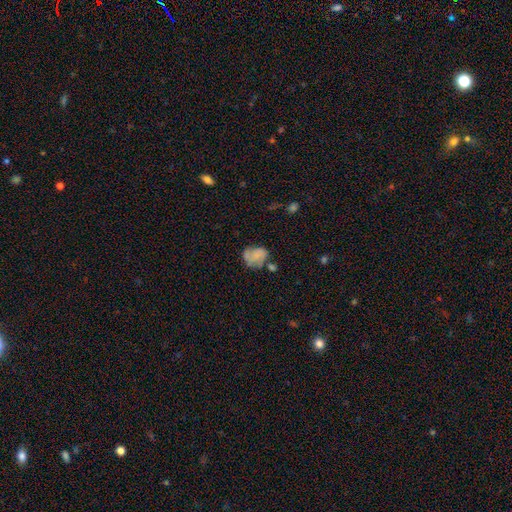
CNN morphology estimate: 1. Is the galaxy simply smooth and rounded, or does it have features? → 56% smooth, 34% featured or disk, 10% star or artifact.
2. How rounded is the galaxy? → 51% in between, 48% round, 1% cigar-shaped.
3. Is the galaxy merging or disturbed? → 47% none, 27% minor disturbance, 16% major disturbance, 10% merger.